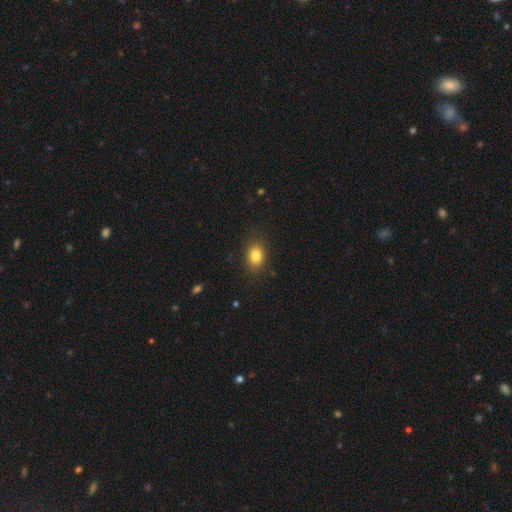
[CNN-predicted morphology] The model was most divided on "how rounded": in between: 65%, round: 34%, cigar-shaped: 1%. More confident: merging — none (84%); smooth or featured — smooth (82%).